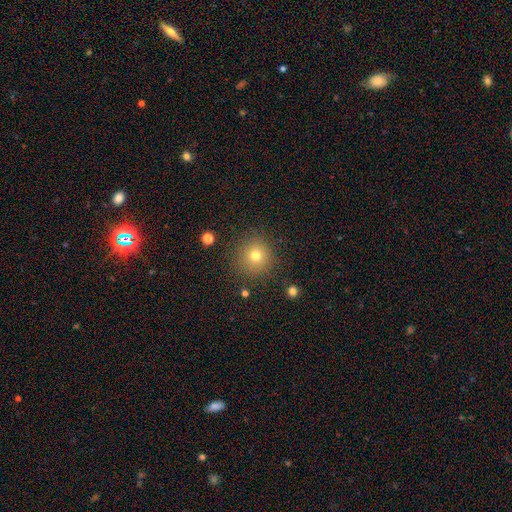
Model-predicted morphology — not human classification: Q: Smooth or featured?
A: smooth (75%); runner-up: star or artifact (16%)
Q: How rounded?
A: round (93%); runner-up: in between (6%)
Q: Merging?
A: none (88%); runner-up: minor disturbance (8%)